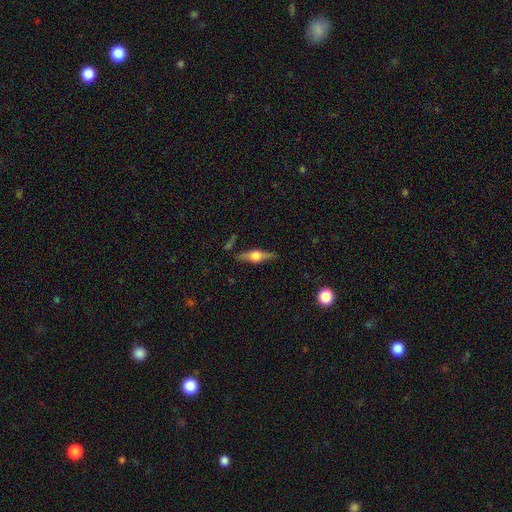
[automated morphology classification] Smooth or featured?
  - featured or disk: 72% *
  - smooth: 20%
  - star or artifact: 7%
Edge-on disk?
  - yes: 96% *
  - no: 4%
Edge-on bulge?
  - rounded: 91% *
  - boxy: 8%
  - none: 2%
Merging?
  - none: 84% *
  - minor disturbance: 10%
  - major disturbance: 3%
  - merger: 3%